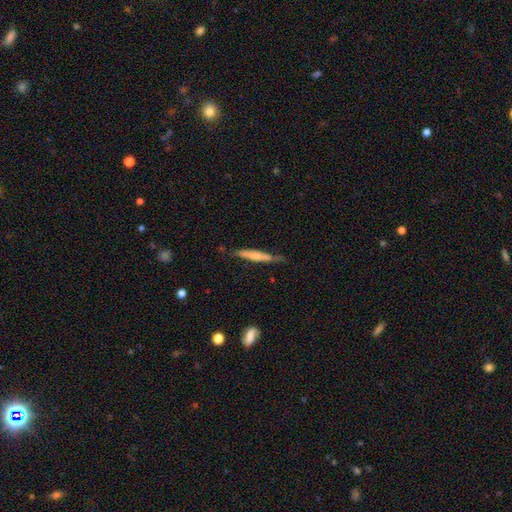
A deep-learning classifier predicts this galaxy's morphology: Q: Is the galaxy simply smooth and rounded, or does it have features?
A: smooth — 54%.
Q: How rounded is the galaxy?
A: cigar-shaped — 93%.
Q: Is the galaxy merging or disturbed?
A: none — 70%.